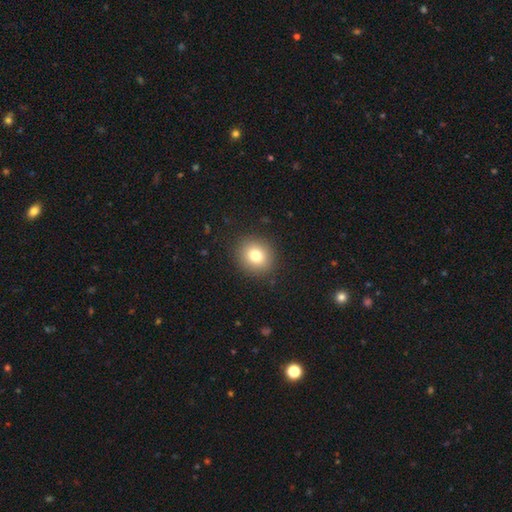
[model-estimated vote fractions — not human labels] Q: Smooth or featured?
A: smooth (78%); runner-up: star or artifact (11%)
Q: How rounded?
A: round (81%); runner-up: in between (18%)
Q: Merging?
A: none (90%); runner-up: minor disturbance (7%)